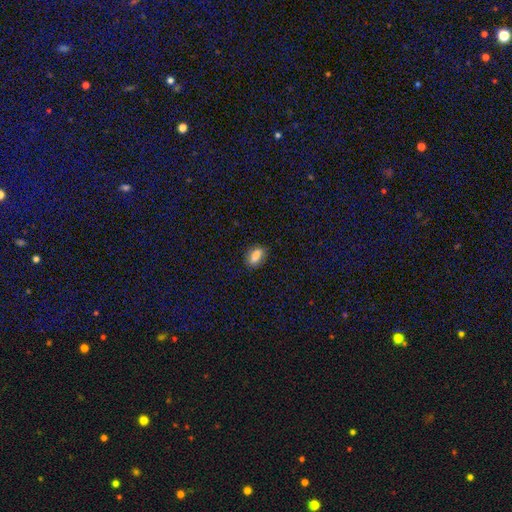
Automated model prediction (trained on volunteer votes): smooth 82%, star or artifact 9%, featured or disk 9%. Down the decision tree: how rounded — in between (83%); merging — none (80%).